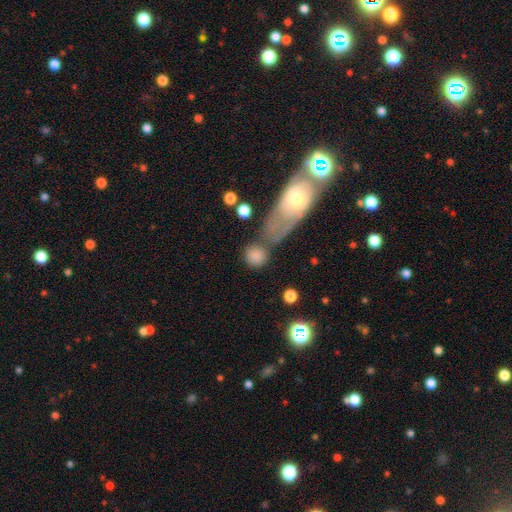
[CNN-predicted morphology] This appears to be a smooth galaxy with no disk features (82%) that is round (84%). Merging: none (59%).